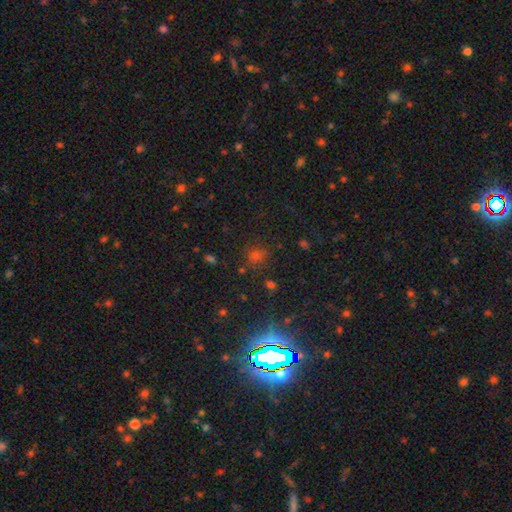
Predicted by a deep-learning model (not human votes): smooth_or_featured: star or artifact (p=0.52) [alt: smooth p=0.40]